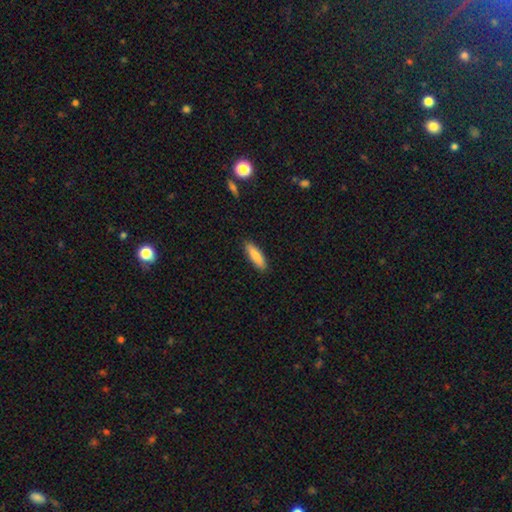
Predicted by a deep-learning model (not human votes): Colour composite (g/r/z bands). It shows a smooth galaxy with no disk features (84%) that is cigar-shaped (61%). Merging: none (89%).